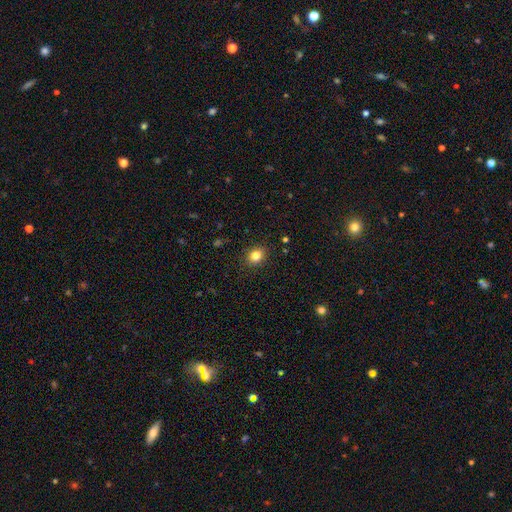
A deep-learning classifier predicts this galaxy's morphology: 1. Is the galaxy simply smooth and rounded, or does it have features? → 84% smooth, 11% star or artifact, 6% featured or disk.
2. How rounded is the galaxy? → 53% round, 46% in between, 1% cigar-shaped.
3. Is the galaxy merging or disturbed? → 89% none, 8% minor disturbance, 2% major disturbance, 1% merger.